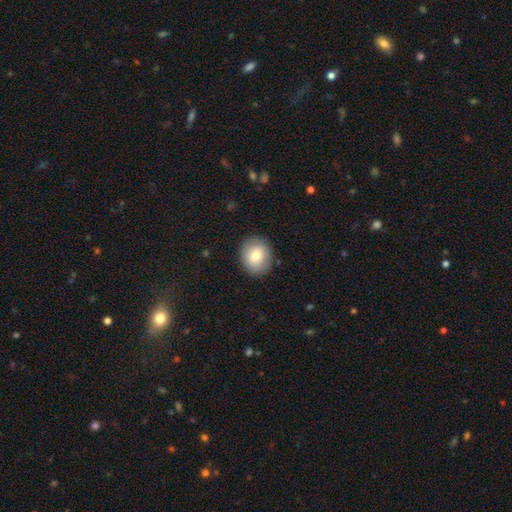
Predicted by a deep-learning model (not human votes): Morphology: type=smooth (76%); roundness=round (63%); merging=none (87%).